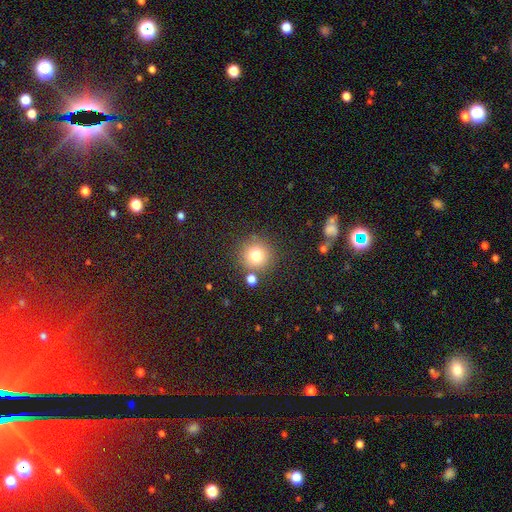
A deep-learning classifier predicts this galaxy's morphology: Smooth or featured?
  - smooth: 77% *
  - star or artifact: 14%
  - featured or disk: 9%
How rounded?
  - round: 93% *
  - in between: 6%
  - cigar-shaped: 1%
Merging?
  - none: 81% *
  - merger: 8%
  - minor disturbance: 8%
  - major disturbance: 3%